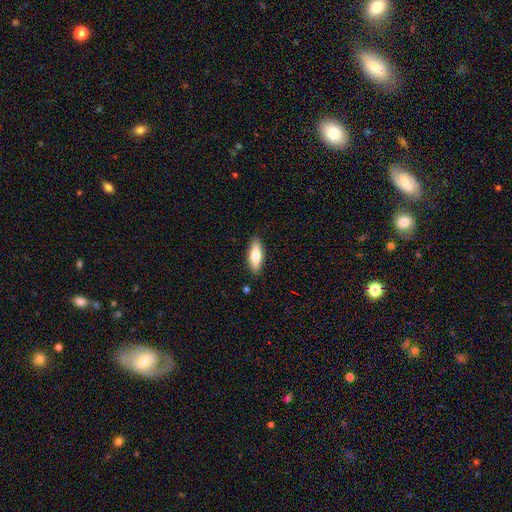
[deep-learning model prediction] Smooth or featured: smooth — 67% (featured or disk — 27%)
How rounded: in between — 63% (cigar-shaped — 35%)
Merging: none — 87% (minor disturbance — 10%)